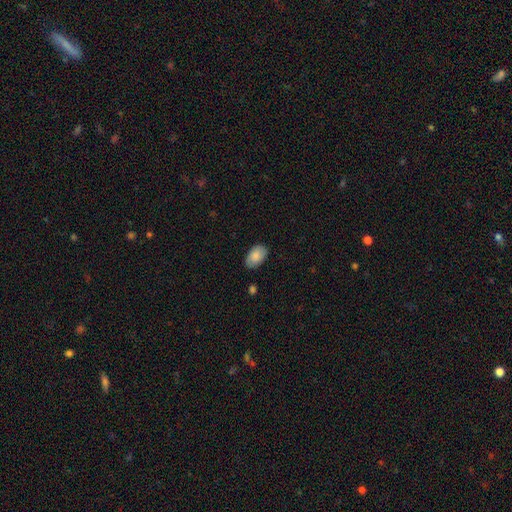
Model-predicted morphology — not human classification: Smooth or featured? smooth (83%)
How rounded? in between (92%)
Merging? none (82%)